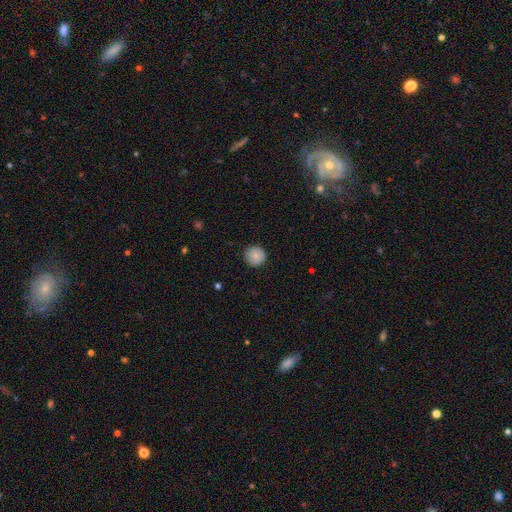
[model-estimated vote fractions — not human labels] A smooth galaxy with no disk features (85%) that is round (96%). Merging: none (91%).